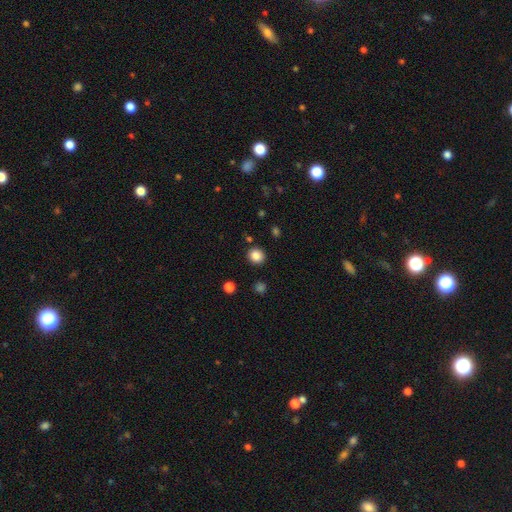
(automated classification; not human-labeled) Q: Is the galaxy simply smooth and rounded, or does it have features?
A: smooth — 85%.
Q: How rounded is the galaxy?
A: round — 85%.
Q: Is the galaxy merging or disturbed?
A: none — 89%.